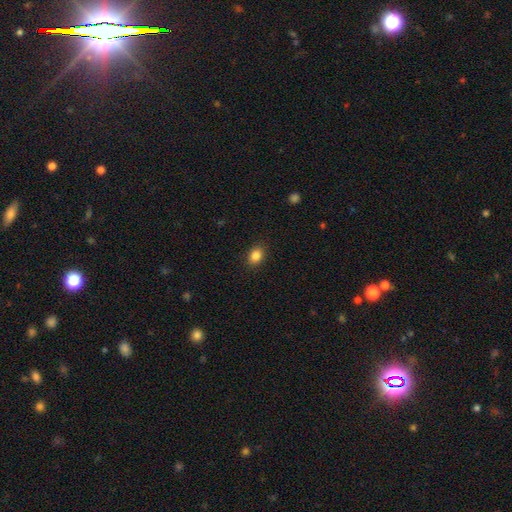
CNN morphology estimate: Smooth or featured? smooth (85%)
How rounded? in between (61%)
Merging? none (89%)